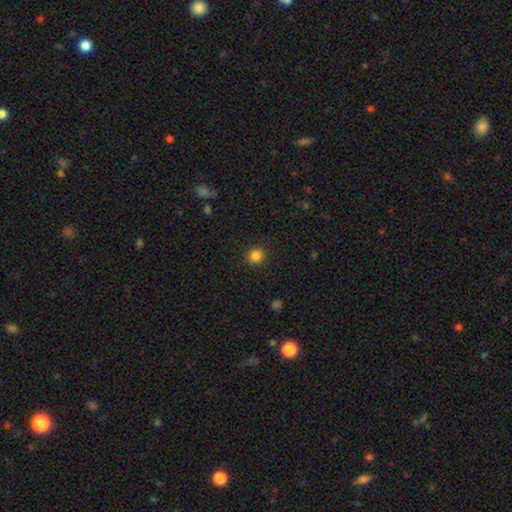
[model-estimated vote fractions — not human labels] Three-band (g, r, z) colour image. It shows a smooth galaxy with no disk features (84%) that is round (89%). Merging: none (91%).